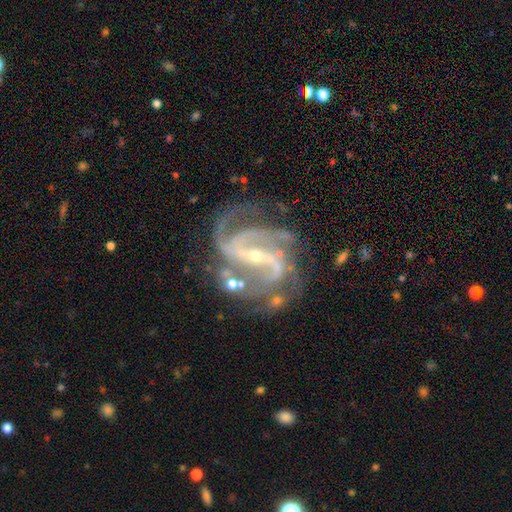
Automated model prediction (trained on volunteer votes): smooth_or_featured: featured or disk (p=0.92) [alt: star or artifact p=0.06]
disk_edge_on: no (p=0.97) [alt: yes p=0.03]
bar: strong (p=0.64) [alt: weak p=0.26]
has_spiral_arms: yes (p=0.98) [alt: no p=0.02]
spiral_winding: medium (p=0.55) [alt: tight p=0.28]
spiral_arm_count: 2 (p=0.40) [alt: 3 p=0.30]
bulge_size: small (p=0.73) [alt: moderate p=0.23]
merging: none (p=0.59) [alt: minor disturbance p=0.20]